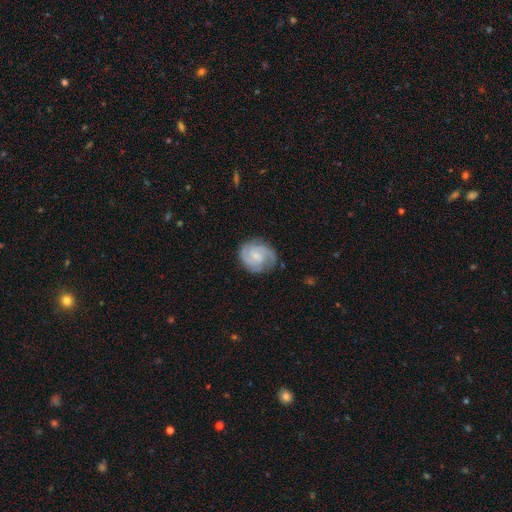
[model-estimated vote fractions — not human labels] smooth-or-featured: featured or disk: 80% | smooth: 14% | star or artifact: 6%
  disk-edge-on: no: 98% | yes: 2%
    bar: no: 63% | weak: 33% | strong: 4%
    has-spiral-arms: yes: 97% | no: 3%
      spiral-winding: tight: 54% | medium: 38% | loose: 8%
      spiral-arm-count: 3: 38% | 2: 33% | can't tell: 14% | 4: 6% | 1: 4% | more than 4: 4%
    bulge-size: small: 64% | moderate: 20% | none: 14% | large: 2% | dominant: 1%
  merging: none: 77% | minor disturbance: 17% | major disturbance: 5% | merger: 1%